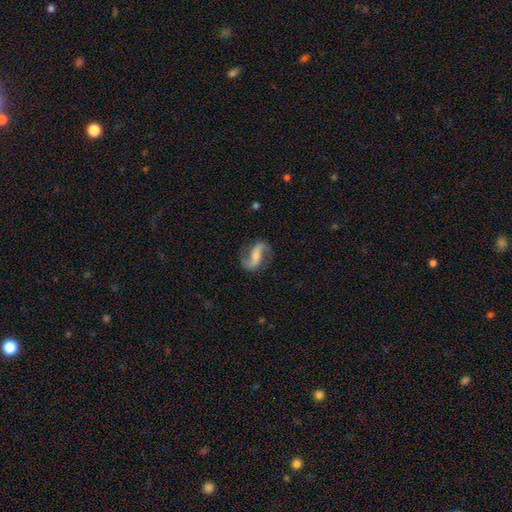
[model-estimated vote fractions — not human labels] Smooth or featured: featured or disk — 86% (smooth — 9%)
Edge-on disk: no — 97% (yes — 3%)
Bar: weak — 37% (tied with strong — 37%)
Spiral arms: yes — 96% (no — 4%)
Spiral winding: loose — 62% (medium — 30%)
Spiral arm count: 2 — 93% (1 — 2%)
Bulge size: small — 42% (moderate — 32%)
Merging: none — 80% (minor disturbance — 13%)